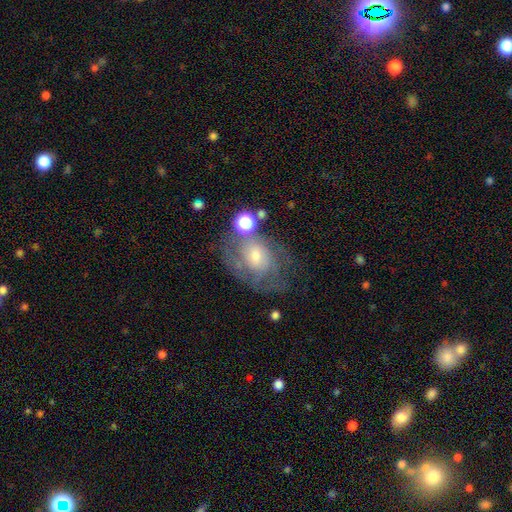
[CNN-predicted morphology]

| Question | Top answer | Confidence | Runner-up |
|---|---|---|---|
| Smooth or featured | featured or disk | 57% | smooth (32%) |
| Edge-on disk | no | 96% | yes (4%) |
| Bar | no | 70% | weak (25%) |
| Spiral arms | yes | 66% | no (34%) |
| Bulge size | small | 47% | moderate (39%) |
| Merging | none | 46% | minor disturbance (23%) |